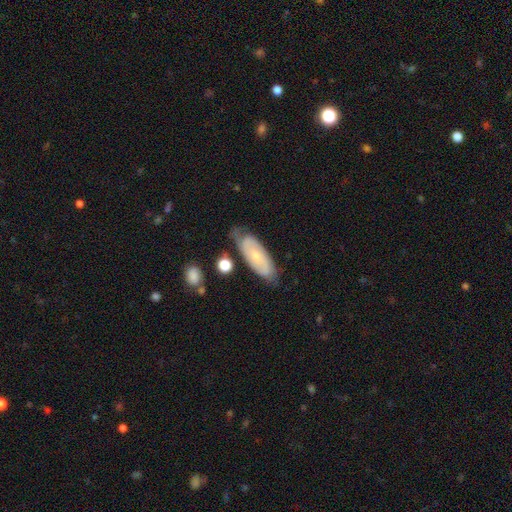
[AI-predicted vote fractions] A featured or disk galaxy (55%).

Vote fractions:
- Smooth or featured? featured or disk: 55% / smooth: 38% / star or artifact: 7%
- Edge-on disk? no: 84% / yes: 16%
- Merging? none: 66% / minor disturbance: 23% / major disturbance: 7% / merger: 4%